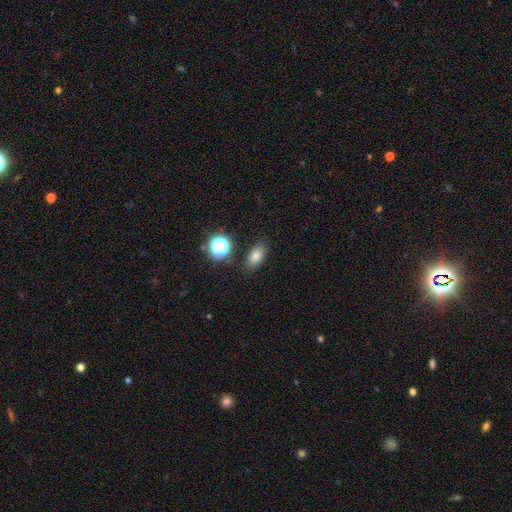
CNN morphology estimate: smooth 77%, star or artifact 15%, featured or disk 9%. Down the decision tree: how rounded — in between (83%); merging — none (84%).